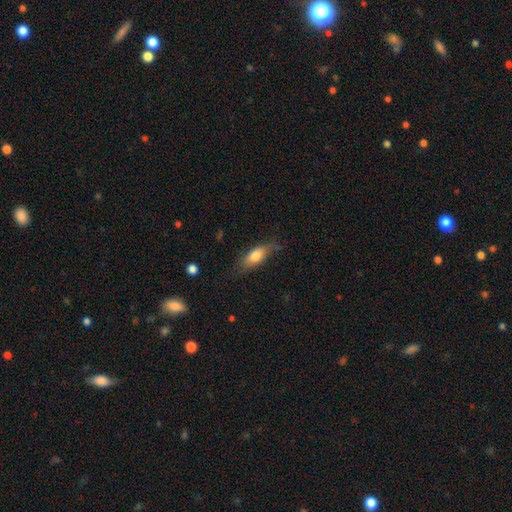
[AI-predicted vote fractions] Smooth or featured?
  - smooth: 71% *
  - featured or disk: 23%
  - star or artifact: 7%
How rounded?
  - in between: 71% *
  - cigar-shaped: 26%
  - round: 3%
Merging?
  - none: 64% *
  - minor disturbance: 26%
  - major disturbance: 8%
  - merger: 2%